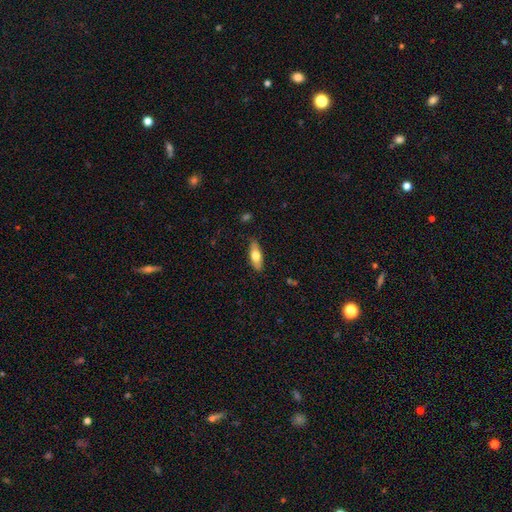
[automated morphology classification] Q: Smooth or featured?
A: smooth (61%); runner-up: featured or disk (33%)
Q: How rounded?
A: in between (64%); runner-up: cigar-shaped (33%)
Q: Merging?
A: none (85%); runner-up: minor disturbance (12%)